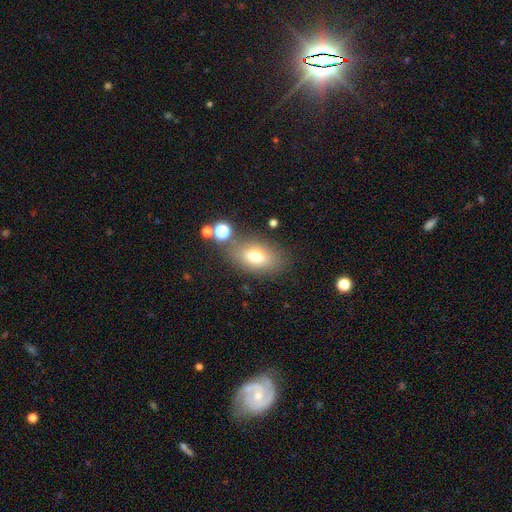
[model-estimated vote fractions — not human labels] This appears to be a smooth galaxy with no disk features (74%) that is in between round and cigar-shaped (84%). Merging: none (74%).